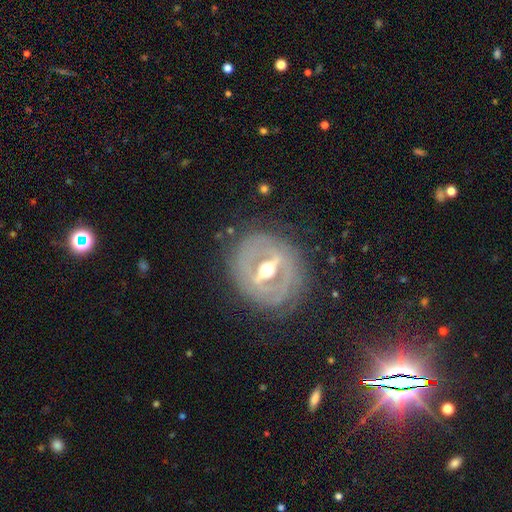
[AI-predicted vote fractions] Q: Smooth or featured?
A: featured or disk (84%); runner-up: smooth (9%)
Q: Edge-on disk?
A: no (83%); runner-up: yes (17%)
Q: Bar?
A: strong (70%); runner-up: weak (22%)
Q: Spiral arms?
A: no (51%); runner-up: yes (49%)
Q: Bulge size?
A: moderate (77%); runner-up: small (13%)
Q: Merging?
A: none (77%); runner-up: minor disturbance (14%)